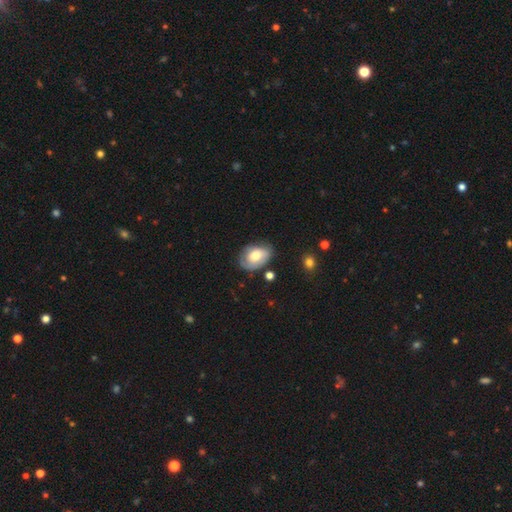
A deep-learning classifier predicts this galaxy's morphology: type=smooth (57%); roundness=in between (79%); merging=none (58%).